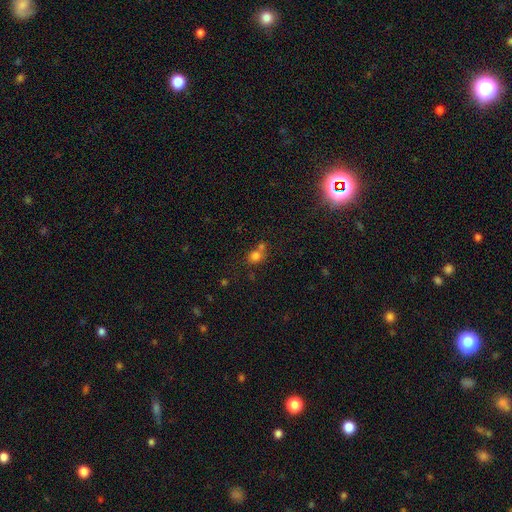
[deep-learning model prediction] Morphology: type=smooth (76%); roundness=round (73%); merging=none (44%).